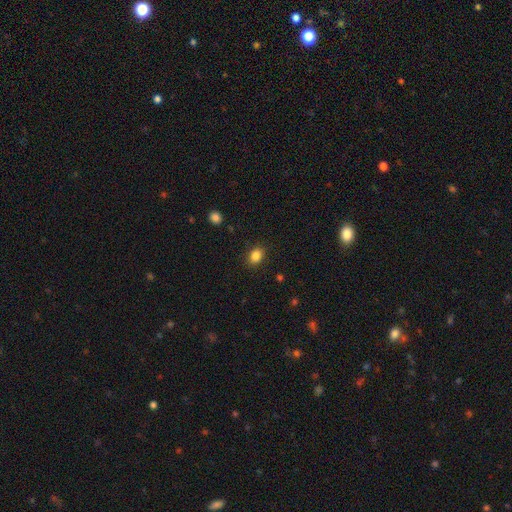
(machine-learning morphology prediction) A smooth galaxy with no disk features (86%) that is in between round and cigar-shaped (59%). Merging: none (87%).